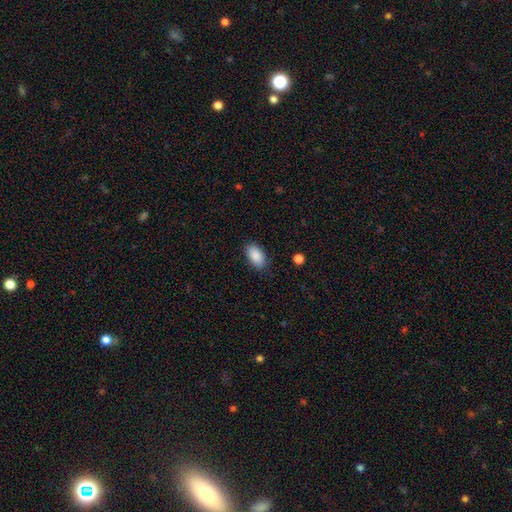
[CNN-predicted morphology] Smooth or featured? Predicted: smooth (p=0.89). How rounded? Predicted: in between (p=0.93). Merging? Predicted: none (p=0.86).